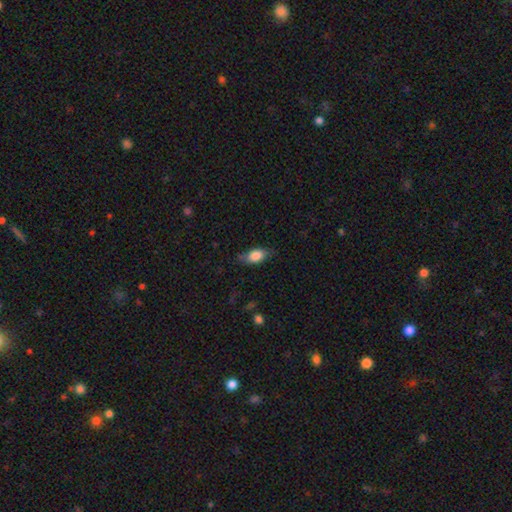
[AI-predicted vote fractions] This is likely a smooth galaxy (79%). How rounded: clearly in between (85%). Merging: likely none (70%).